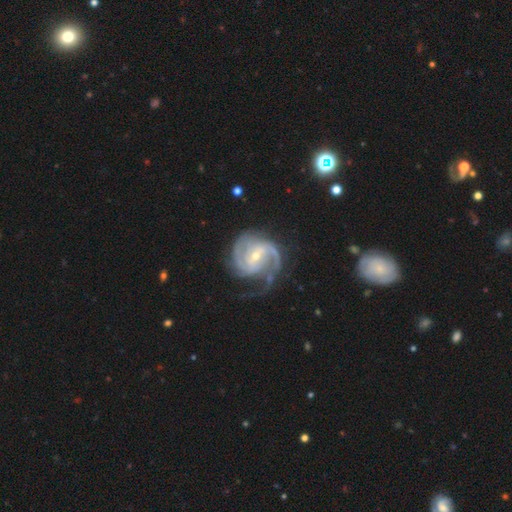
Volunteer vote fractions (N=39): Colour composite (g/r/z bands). It shows a featured or disk galaxy (95%) with a weak bar (39%), 2 (54%) tight (51%) spiral arms (97%) and a small central bulge (67%). Merging: none (57%).